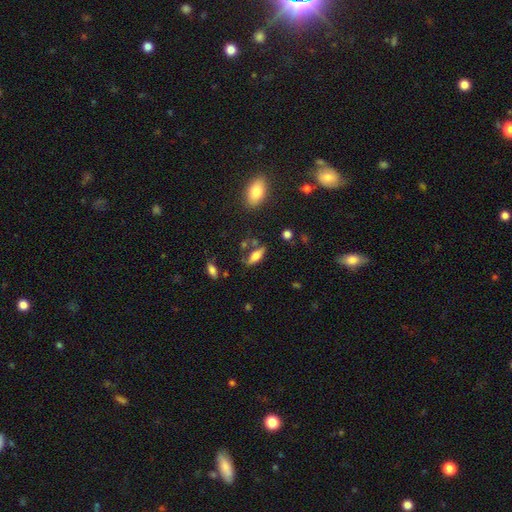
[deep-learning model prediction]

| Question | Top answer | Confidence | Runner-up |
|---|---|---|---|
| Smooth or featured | smooth | 62% | featured or disk (29%) |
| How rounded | in between | 64% | cigar-shaped (32%) |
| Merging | none | 66% | minor disturbance (18%) |